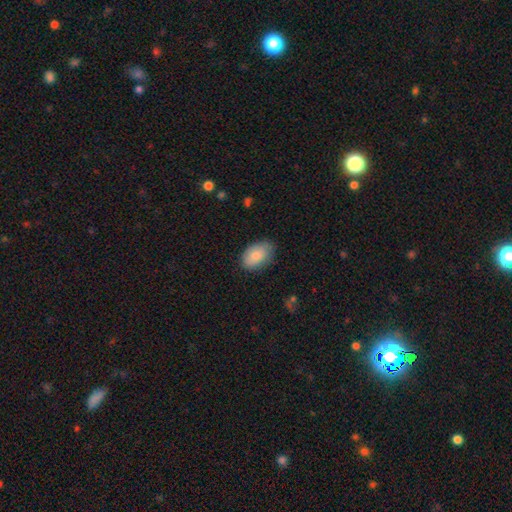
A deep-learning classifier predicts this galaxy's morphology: This appears to be a smooth galaxy with no disk features (83%) that is in between round and cigar-shaped (92%). Merging: none (75%).